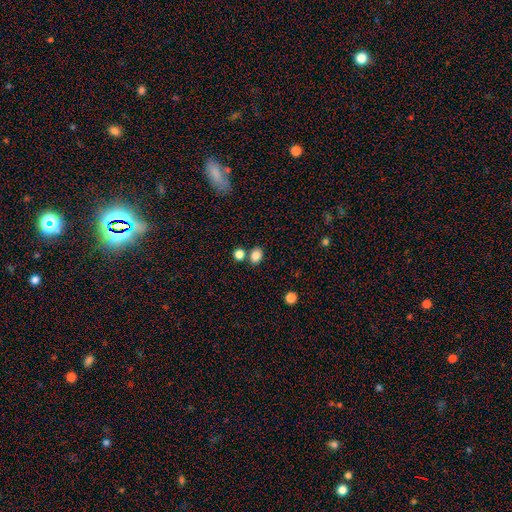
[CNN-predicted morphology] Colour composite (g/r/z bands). It shows a smooth galaxy with no disk features (84%) that is in between round and cigar-shaped (53%). Merging: none (72%).